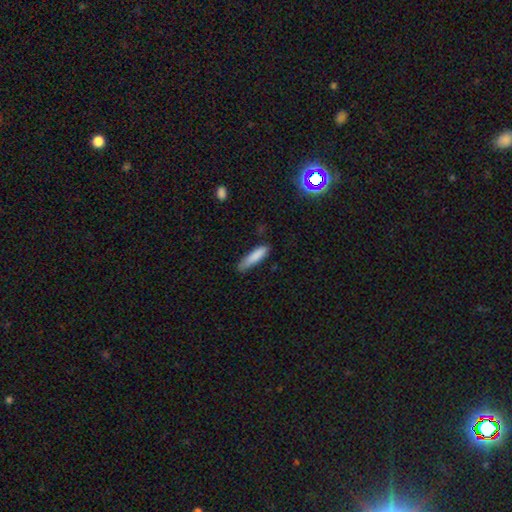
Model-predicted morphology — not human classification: smooth 85%, featured or disk 9%, star or artifact 6%. Down the decision tree: how rounded — cigar-shaped (78%); merging — none (64%).